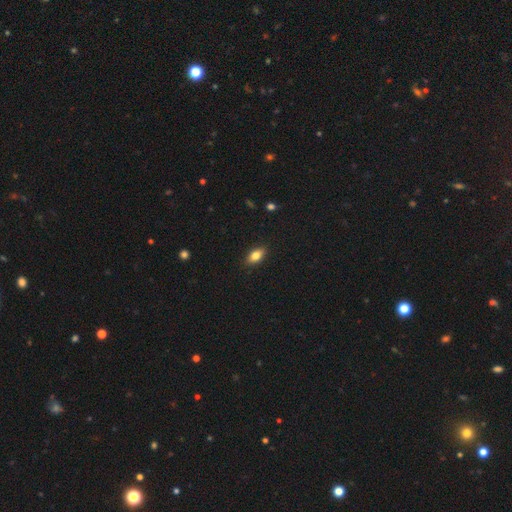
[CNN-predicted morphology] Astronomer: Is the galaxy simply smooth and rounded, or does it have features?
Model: smooth — 79%.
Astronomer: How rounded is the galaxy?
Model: in between — 86%.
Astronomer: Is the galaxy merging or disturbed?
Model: none — 88%.